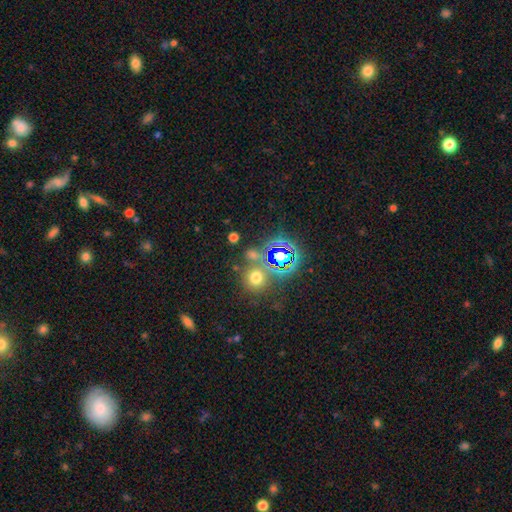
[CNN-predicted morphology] A star or artifact, not a galaxy (55%).

Vote fractions:
- Smooth or featured? star or artifact: 55% / smooth: 37% / featured or disk: 9%